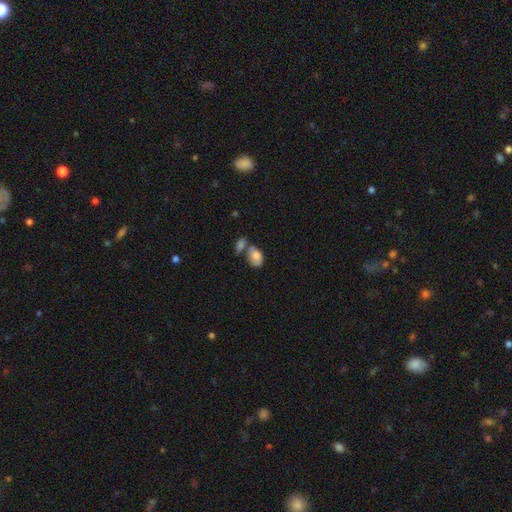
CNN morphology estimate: Smooth or featured? Predicted: smooth (p=0.76). How rounded? Predicted: in between (p=0.86). Merging? Predicted: merger (p=0.45).